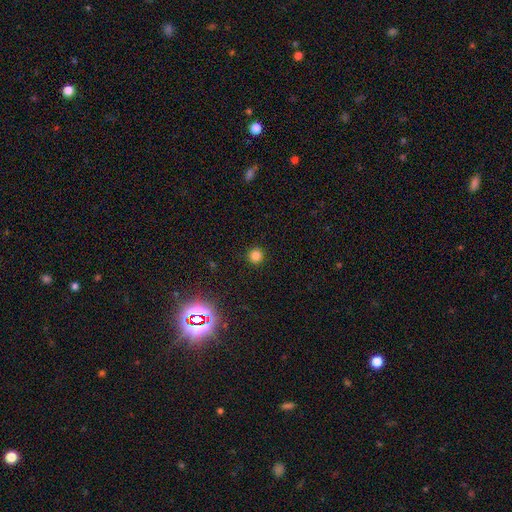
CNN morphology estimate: A smooth galaxy with no disk features (80%) that is round (95%).

Vote fractions:
- Smooth or featured? smooth: 80% / star or artifact: 16% / featured or disk: 4%
- How rounded? round: 95% / in between: 4% / cigar-shaped: 1%
- Merging? none: 92% / minor disturbance: 5% / major disturbance: 2% / merger: 1%